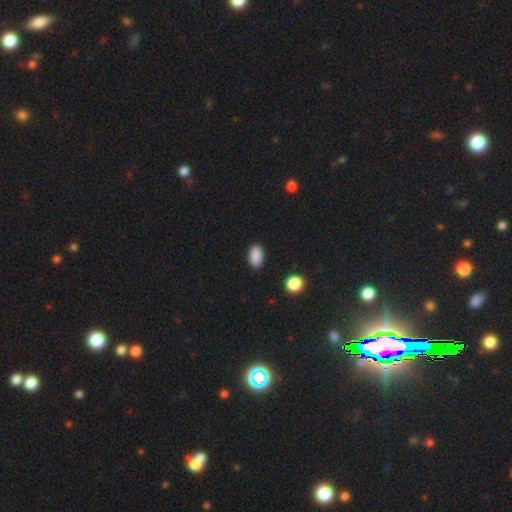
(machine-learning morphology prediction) Smooth or featured?
  - smooth: 89% *
  - star or artifact: 8%
  - featured or disk: 3%
How rounded?
  - in between: 92% *
  - round: 7%
  - cigar-shaped: 2%
Merging?
  - none: 89% *
  - minor disturbance: 8%
  - major disturbance: 2%
  - merger: 1%